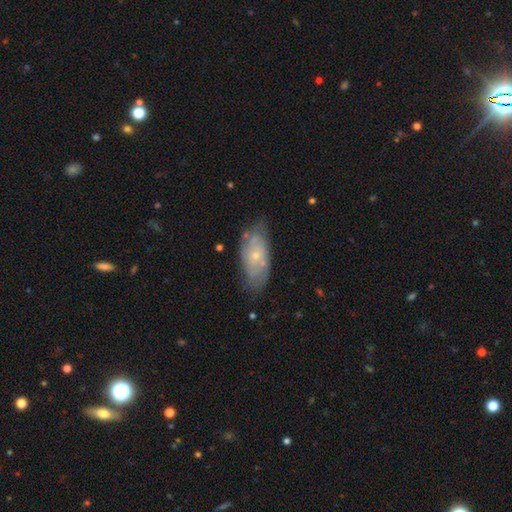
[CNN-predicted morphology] smooth_or_featured: featured or disk (p=0.66) [alt: smooth p=0.28]
disk_edge_on: no (p=0.92) [alt: yes p=0.08]
bar: no (p=0.79) [alt: weak p=0.18]
has_spiral_arms: yes (p=0.77) [alt: no p=0.23]
bulge_size: small (p=0.76) [alt: moderate p=0.20]
merging: none (p=0.68) [alt: minor disturbance p=0.23]